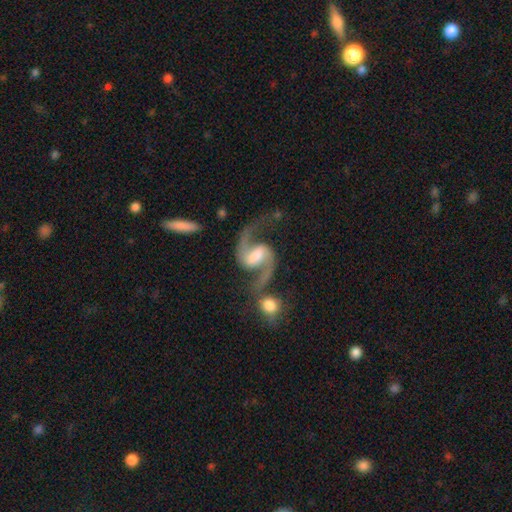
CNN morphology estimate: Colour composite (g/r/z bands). It shows a featured or disk galaxy (92%) with a weak bar (46%), 2 (95%) loose (50%) spiral arms (98%) and a moderate central bulge (40%). Merging: none (64%).